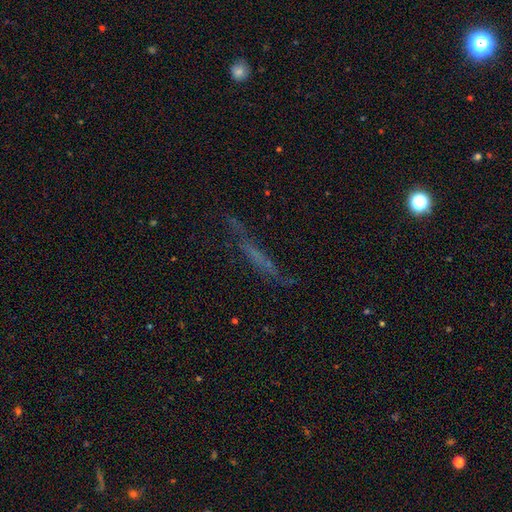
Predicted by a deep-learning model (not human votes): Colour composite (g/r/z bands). It shows a featured or disk galaxy (45%). Merging: none (58%).